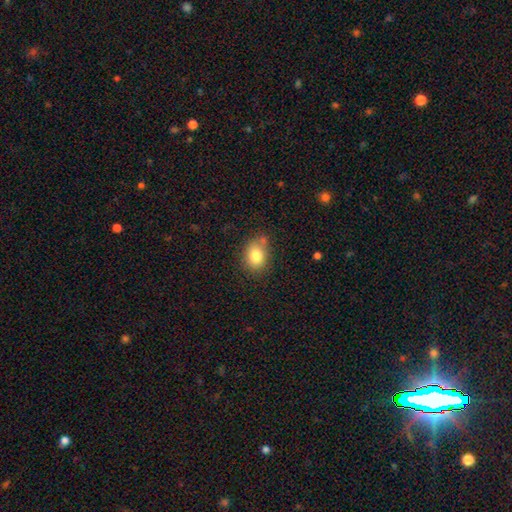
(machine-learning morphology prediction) Smooth or featured: smooth — 81% (star or artifact — 10%)
How rounded: in between — 55% (round — 44%)
Merging: none — 72% (minor disturbance — 17%)